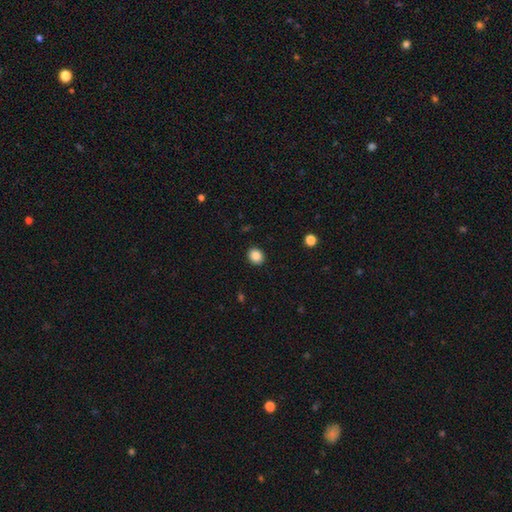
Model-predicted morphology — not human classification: Q: Smooth or featured?
A: smooth (87%); runner-up: star or artifact (9%)
Q: How rounded?
A: round (69%); runner-up: in between (30%)
Q: Merging?
A: none (91%); runner-up: minor disturbance (6%)